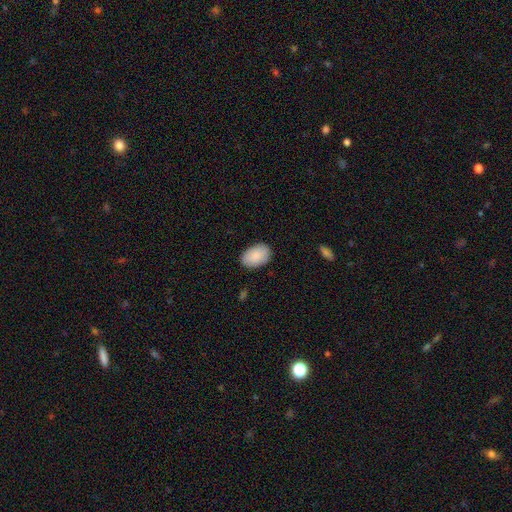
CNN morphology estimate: Overall: smooth (89%). How rounded: in between (90%). Merging: none (86%).